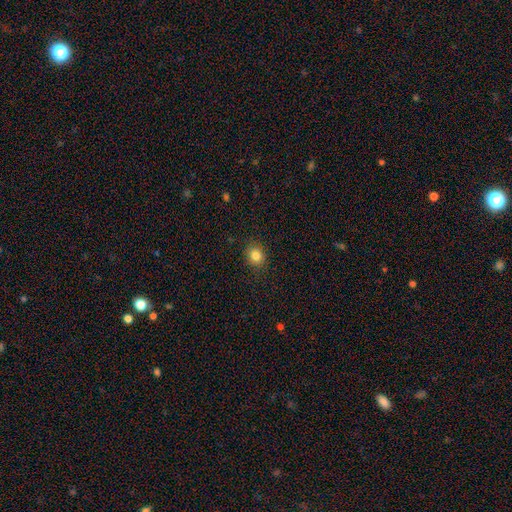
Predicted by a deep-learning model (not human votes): smooth 83%, star or artifact 11%, featured or disk 6%. Down the decision tree: how rounded — round (72%); merging — none (88%).